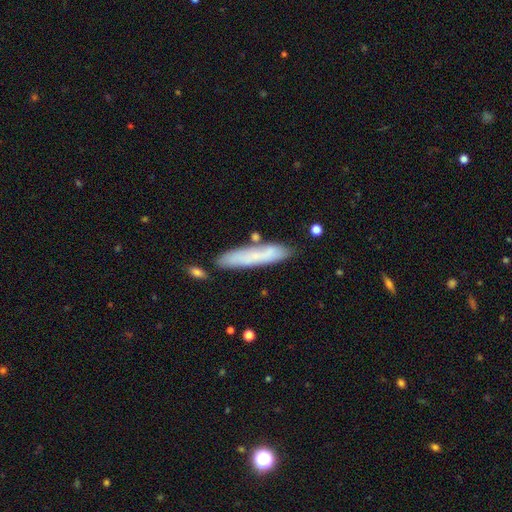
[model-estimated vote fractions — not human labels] This is likely a smooth galaxy (66%). How rounded: clearly cigar-shaped (87%). Merging: likely none (77%).